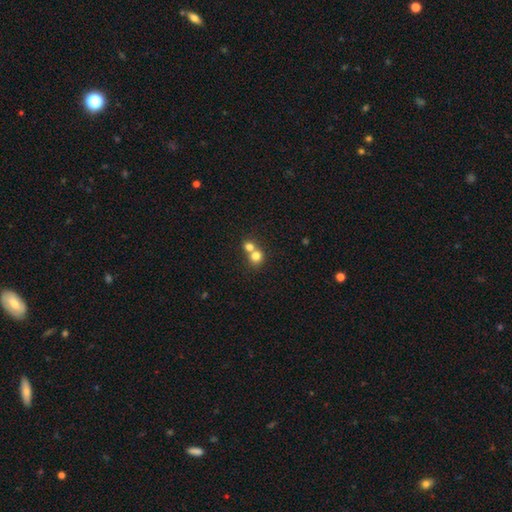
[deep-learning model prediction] smooth-or-featured: smooth: 77% | star or artifact: 12% | featured or disk: 11%
  how-rounded: round: 84% | in between: 15% | cigar-shaped: 1%
  merging: merger: 58% | none: 35% | minor disturbance: 4% | major disturbance: 2%